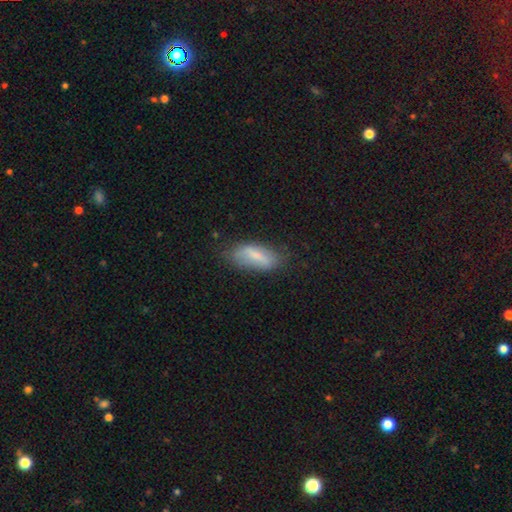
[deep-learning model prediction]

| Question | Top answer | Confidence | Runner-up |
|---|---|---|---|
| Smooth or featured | smooth | 65% | featured or disk (27%) |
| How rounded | in between | 73% | cigar-shaped (24%) |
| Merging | none | 65% | minor disturbance (25%) |